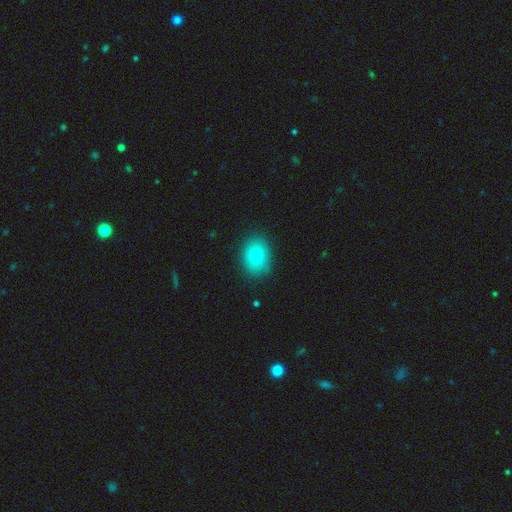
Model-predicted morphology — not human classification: Q: Smooth or featured?
A: smooth (76%); runner-up: featured or disk (13%)
Q: How rounded?
A: in between (57%); runner-up: round (42%)
Q: Merging?
A: none (87%); runner-up: minor disturbance (9%)